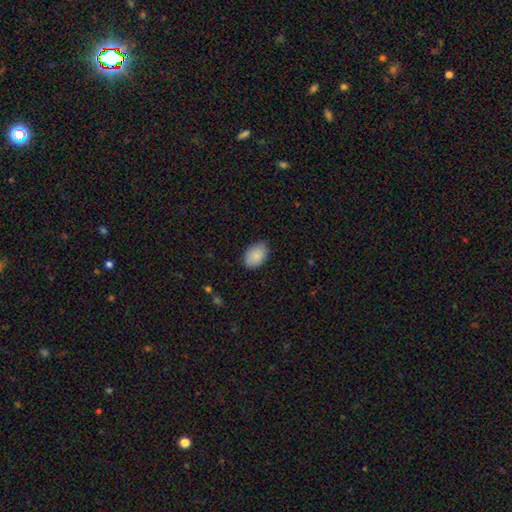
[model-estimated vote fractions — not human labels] smooth-or-featured: smooth: 88% | star or artifact: 7% | featured or disk: 6%
  how-rounded: in between: 88% | round: 11% | cigar-shaped: 1%
  merging: none: 82% | minor disturbance: 14% | major disturbance: 2% | merger: 1%